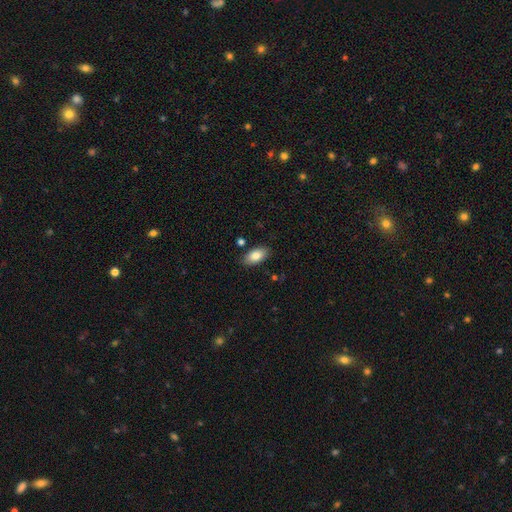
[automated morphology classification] type=smooth (83%); roundness=in between (93%); merging=none (85%).